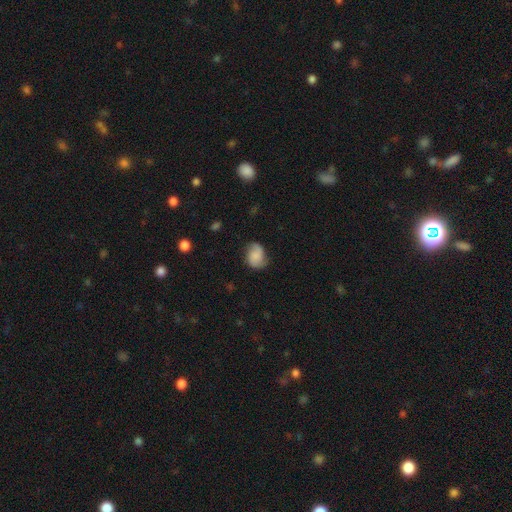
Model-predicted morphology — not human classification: Q: Smooth or featured?
A: smooth (51%); runner-up: featured or disk (40%)
Q: How rounded?
A: in between (61%); runner-up: round (38%)
Q: Merging?
A: none (65%); runner-up: minor disturbance (25%)